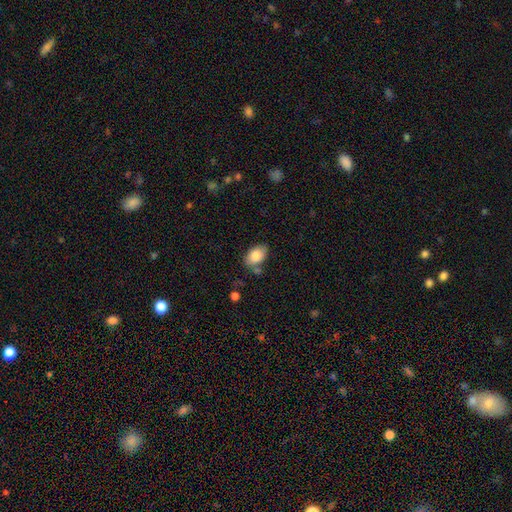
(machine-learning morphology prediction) Smooth or featured?
  - smooth: 85% *
  - featured or disk: 8%
  - star or artifact: 7%
How rounded?
  - in between: 90% *
  - round: 9%
  - cigar-shaped: 1%
Merging?
  - none: 68% *
  - minor disturbance: 18%
  - merger: 9%
  - major disturbance: 5%